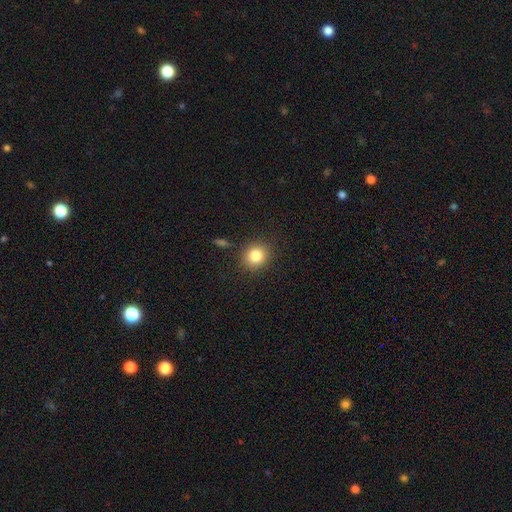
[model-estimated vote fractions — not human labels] The model was most divided on "how rounded": round: 83%, in between: 16%, cigar-shaped: 1%. More confident: merging — none (87%); smooth or featured — smooth (82%).